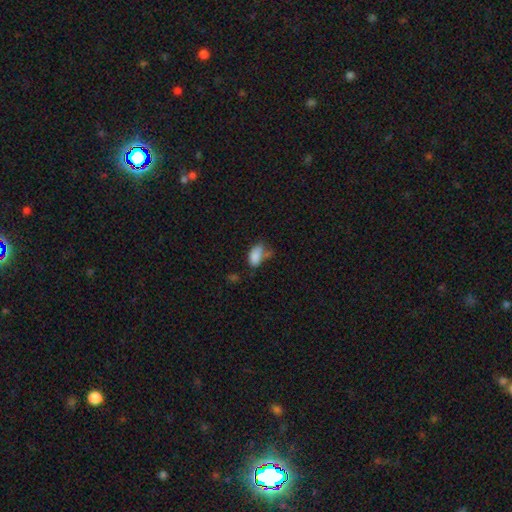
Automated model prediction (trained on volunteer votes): Q: Smooth or featured?
A: smooth (83%); runner-up: star or artifact (9%)
Q: How rounded?
A: in between (92%); runner-up: round (5%)
Q: Merging?
A: none (40%); runner-up: minor disturbance (28%)